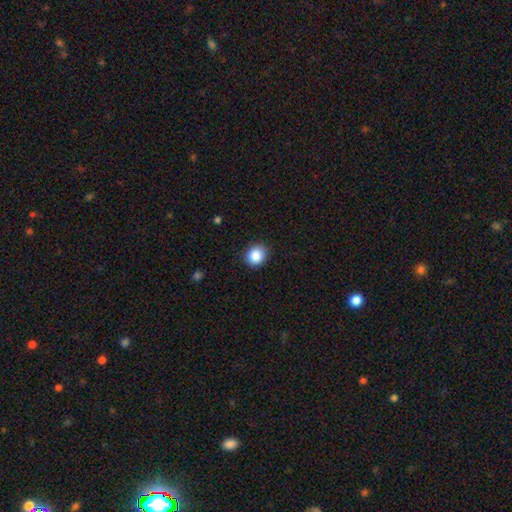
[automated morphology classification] Overall: smooth (87%). How rounded: round (77%). Merging: none (88%).